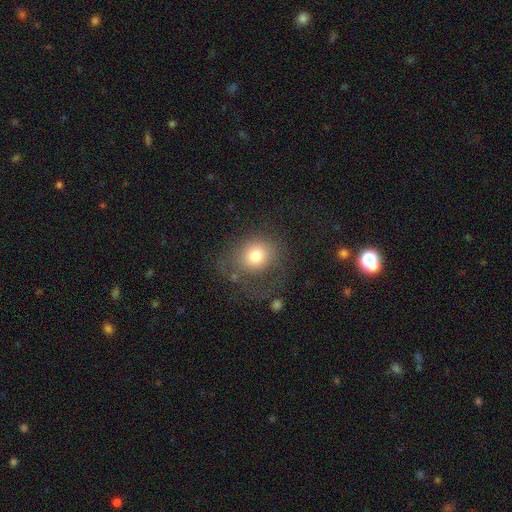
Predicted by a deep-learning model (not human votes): Q: Smooth or featured?
A: smooth (74%); runner-up: featured or disk (15%)
Q: How rounded?
A: round (74%); runner-up: in between (25%)
Q: Merging?
A: none (49%); runner-up: major disturbance (28%)